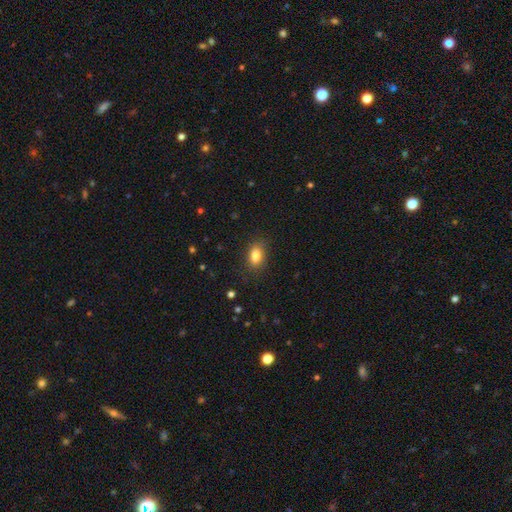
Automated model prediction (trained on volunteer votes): Q: Smooth or featured?
A: smooth (84%); runner-up: star or artifact (9%)
Q: How rounded?
A: in between (83%); runner-up: round (14%)
Q: Merging?
A: none (85%); runner-up: minor disturbance (11%)